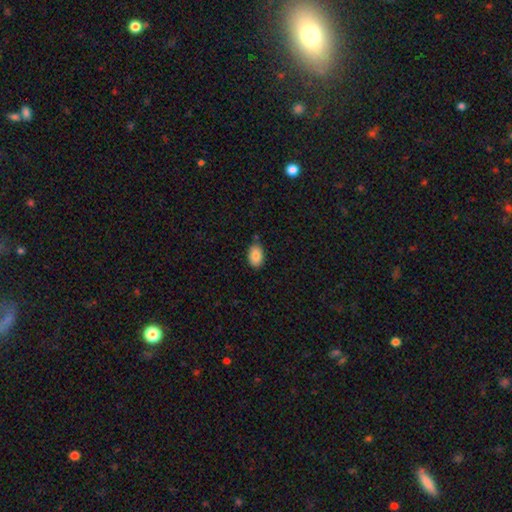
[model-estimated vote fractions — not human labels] Q: Smooth or featured?
A: smooth (86%); runner-up: star or artifact (7%)
Q: How rounded?
A: in between (89%); runner-up: round (9%)
Q: Merging?
A: none (80%); runner-up: minor disturbance (14%)